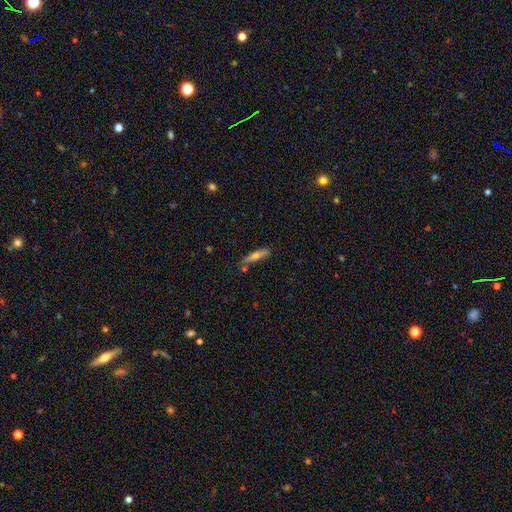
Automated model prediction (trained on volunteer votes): Overall: smooth (50%; featured or disk 41%). How rounded: cigar-shaped (81%). Merging: none (78%).